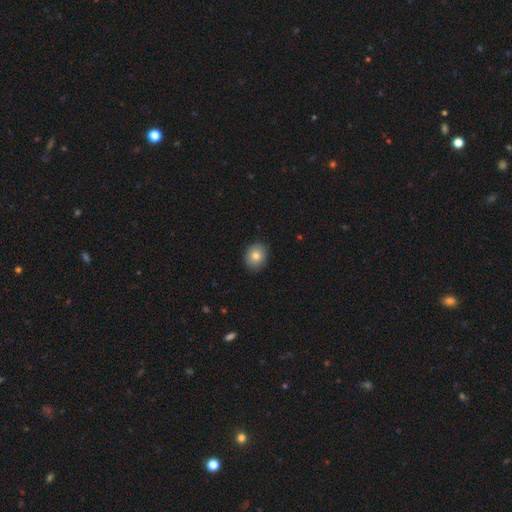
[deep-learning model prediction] smooth 79%, featured or disk 11%, star or artifact 10%. Down the decision tree: how rounded — round (69%); merging — none (89%).